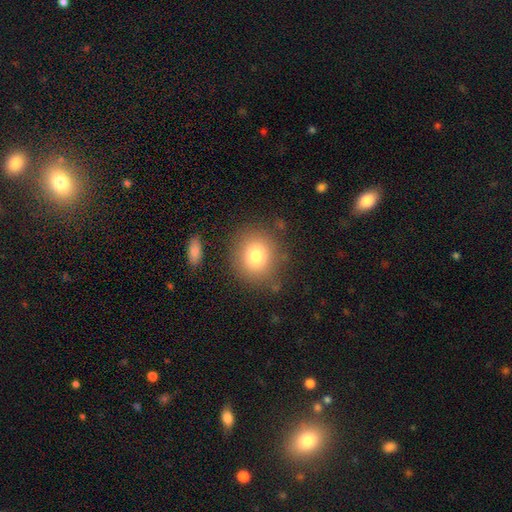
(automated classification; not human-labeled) Morphology: type=smooth (79%); roundness=round (82%); merging=none (81%).